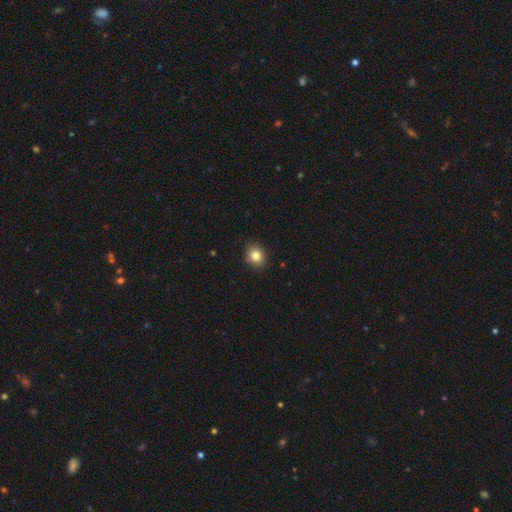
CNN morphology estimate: smooth-or-featured: smooth: 82% | star or artifact: 11% | featured or disk: 7%
  how-rounded: round: 66% | in between: 34% | cigar-shaped: 1%
  merging: none: 89% | minor disturbance: 8% | major disturbance: 2% | merger: 1%